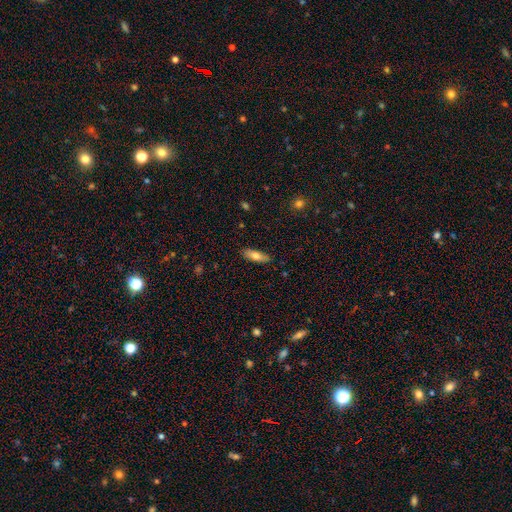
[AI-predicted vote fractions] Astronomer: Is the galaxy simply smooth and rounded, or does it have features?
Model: smooth — 72%.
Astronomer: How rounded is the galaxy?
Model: in between — 58% (runner-up: cigar-shaped, 39%).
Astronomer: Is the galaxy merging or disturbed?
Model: none — 87%.